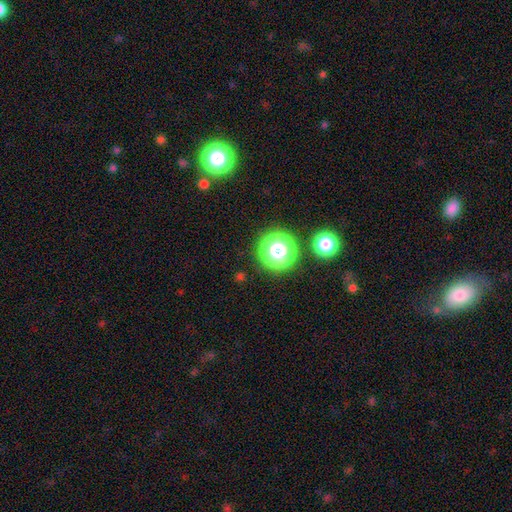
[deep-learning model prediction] This appears to be a star or artifact, not a galaxy (69%).